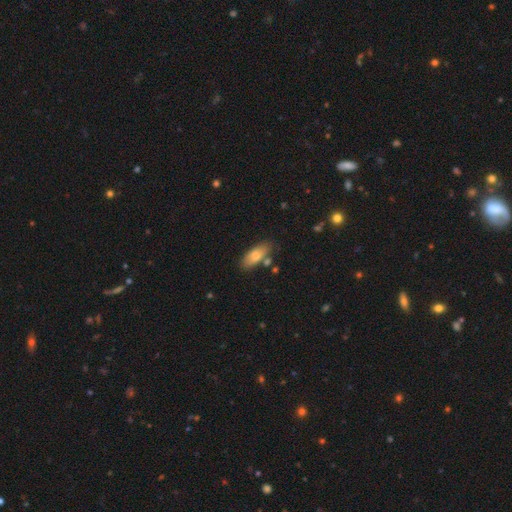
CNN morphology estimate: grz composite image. It shows a smooth galaxy with no disk features (80%) that is in between round and cigar-shaped (77%). Merging: none (71%).